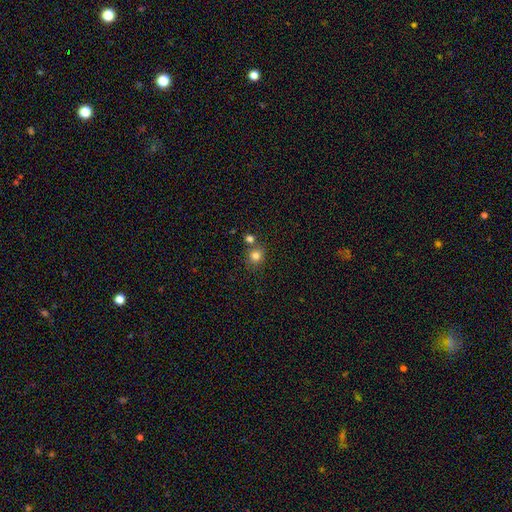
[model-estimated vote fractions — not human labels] Smooth or featured: smooth — 80% (star or artifact — 13%)
How rounded: round — 84% (in between — 15%)
Merging: none — 69% (merger — 18%)